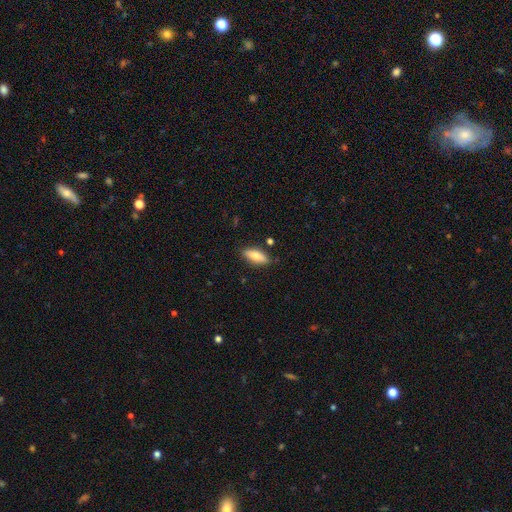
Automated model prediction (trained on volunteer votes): Smooth or featured: smooth — 75% (featured or disk — 19%)
How rounded: in between — 71% (cigar-shaped — 26%)
Merging: none — 83% (minor disturbance — 12%)